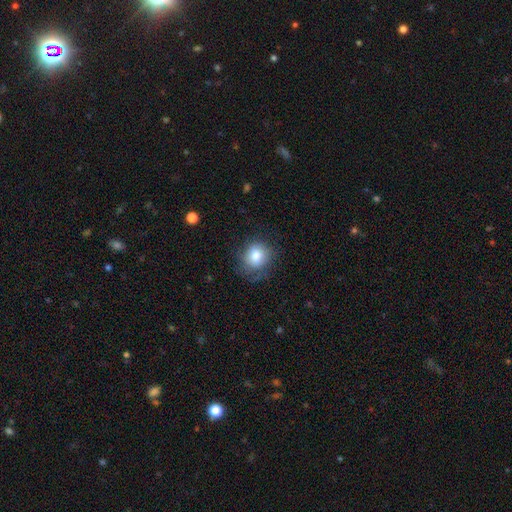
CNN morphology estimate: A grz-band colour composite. It shows a smooth galaxy with no disk features (81%) that is round (81%). Merging: none (72%).